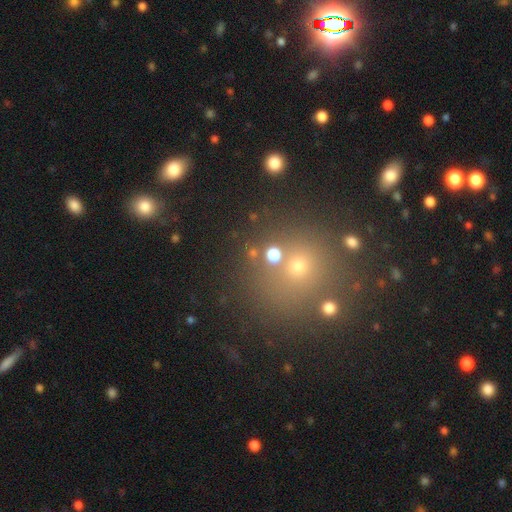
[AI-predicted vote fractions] A smooth galaxy with no disk features (58%) that is round (86%).

Vote fractions:
- Smooth or featured? smooth: 58% / star or artifact: 32% / featured or disk: 10%
- How rounded? round: 86% / in between: 12% / cigar-shaped: 1%
- Merging? none: 76% / merger: 10% / minor disturbance: 9% / major disturbance: 5%